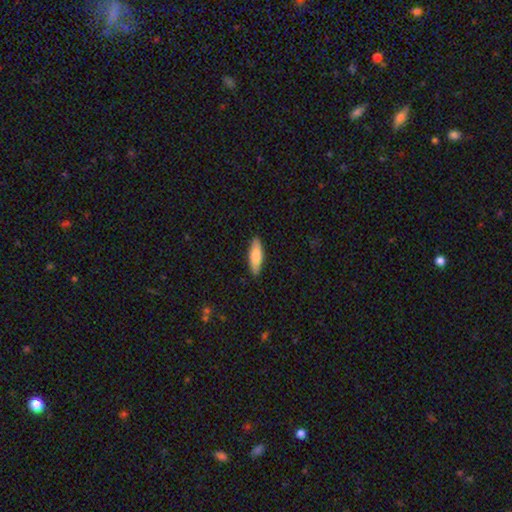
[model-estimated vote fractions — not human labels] A smooth galaxy with no disk features (74%) that is cigar-shaped (52%). Merging: none (90%).